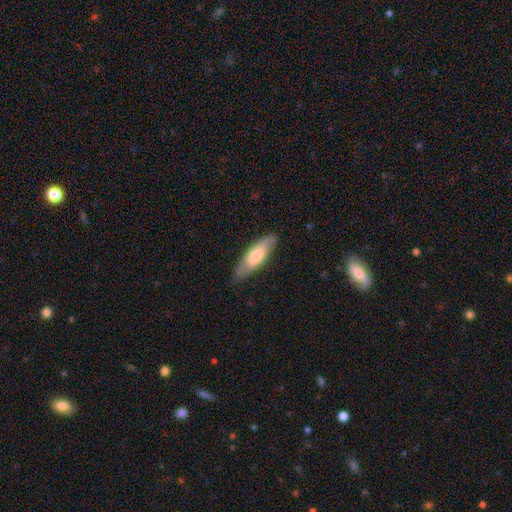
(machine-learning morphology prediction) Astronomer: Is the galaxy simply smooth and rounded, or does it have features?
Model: smooth — 59% (runner-up: featured or disk, 35%).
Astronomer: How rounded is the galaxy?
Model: cigar-shaped — 54% (runner-up: in between, 44%).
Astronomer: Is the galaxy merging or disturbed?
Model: none — 82%.